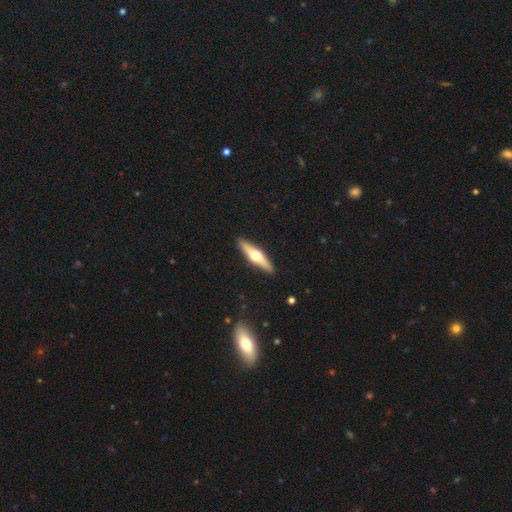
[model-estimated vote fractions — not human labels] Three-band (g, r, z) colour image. It shows a featured or disk galaxy (60%) viewed edge-on (95%) with a rounded central bulge (96%). Merging: none (91%).